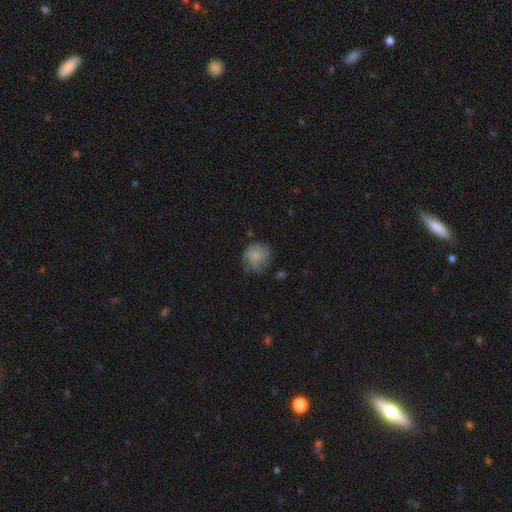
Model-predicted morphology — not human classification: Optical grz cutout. It shows a smooth galaxy with no disk features (61%) that is round (79%). Merging: none (62%).